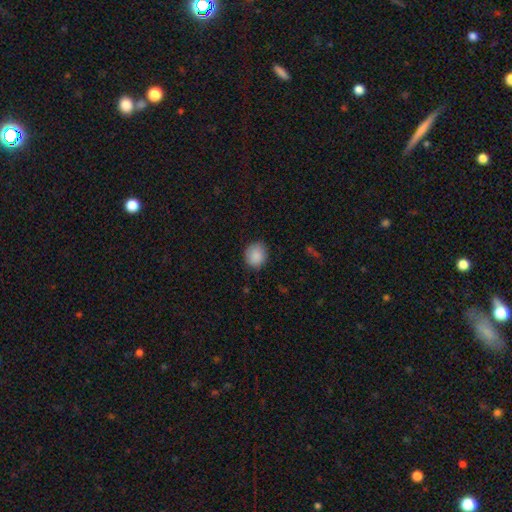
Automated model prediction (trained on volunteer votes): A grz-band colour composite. It shows a smooth galaxy with no disk features (88%) that is round (76%). Merging: none (80%).